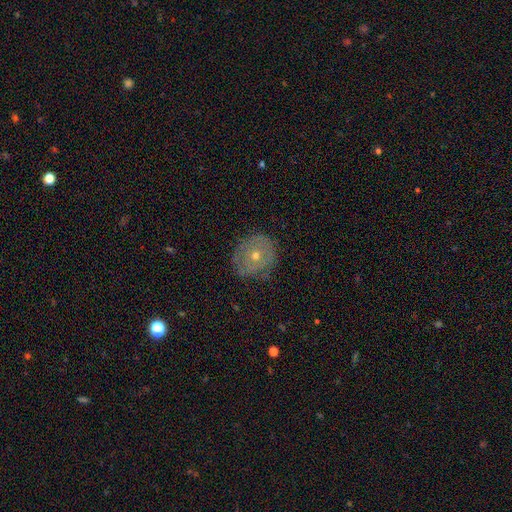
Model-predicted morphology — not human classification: Smooth or featured? featured or disk (57%)
Edge-on disk? no (96%)
Bar? no (89%)
Spiral arms? no (54%)
Bulge size? moderate (52%)
Merging? none (77%)